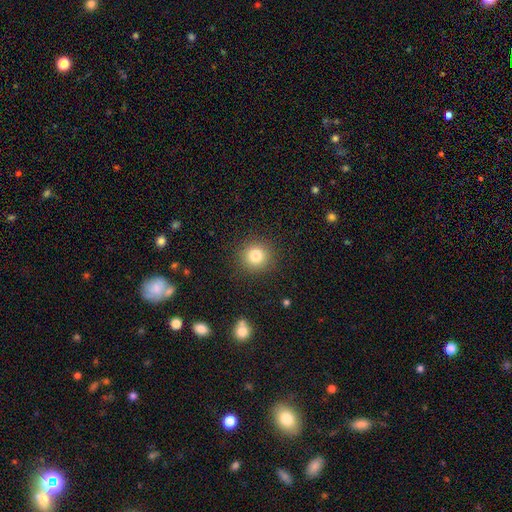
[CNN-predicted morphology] Overall: smooth (81%). How rounded: round (93%). Merging: none (90%).